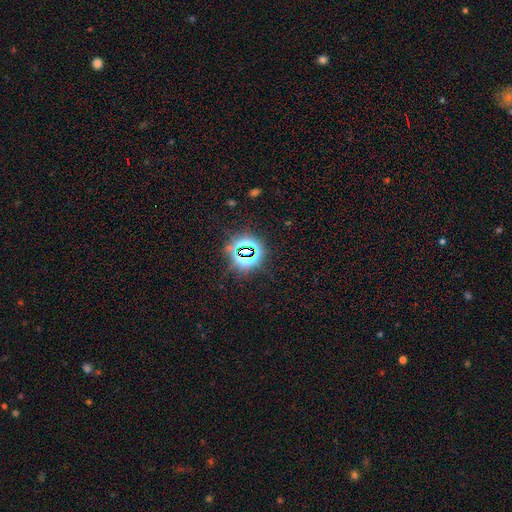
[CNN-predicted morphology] Overall: star or artifact (80%).